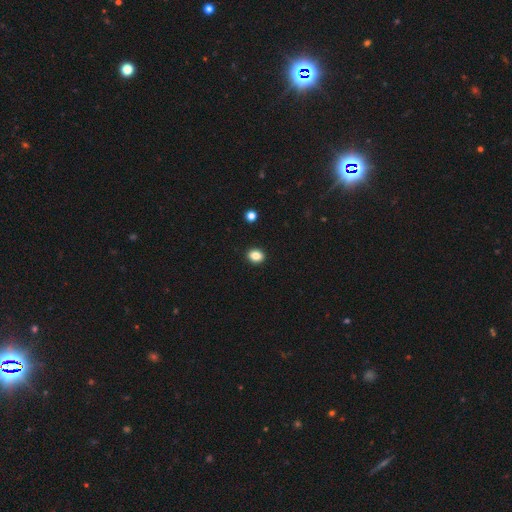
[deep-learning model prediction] Smooth or featured?
  - smooth: 85% *
  - star or artifact: 10%
  - featured or disk: 5%
How rounded?
  - round: 52% *
  - in between: 47%
  - cigar-shaped: 1%
Merging?
  - none: 91% *
  - minor disturbance: 6%
  - major disturbance: 2%
  - merger: 1%